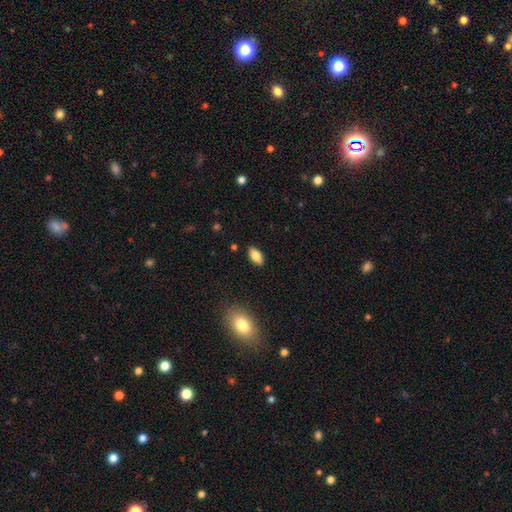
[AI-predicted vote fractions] This appears to be a smooth galaxy with no disk features (79%) that is in between round and cigar-shaped (89%). Merging: none (88%).